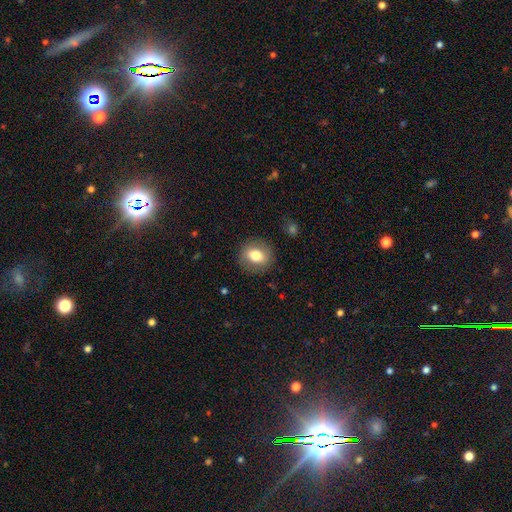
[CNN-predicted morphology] This is likely a smooth galaxy (75%). How rounded: likely round (71%). Merging: clearly none (87%).